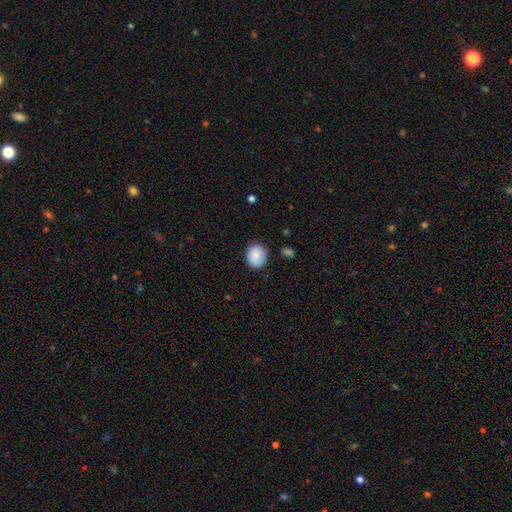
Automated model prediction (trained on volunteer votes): smooth-or-featured: smooth: 85% | featured or disk: 8% | star or artifact: 8%
  how-rounded: round: 71% | in between: 28% | cigar-shaped: 1%
  merging: none: 82% | minor disturbance: 13% | major disturbance: 3% | merger: 1%